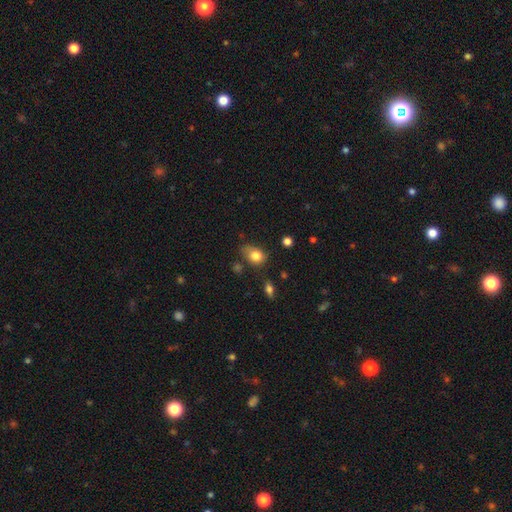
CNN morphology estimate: Overall: smooth (81%). How rounded: in between (66%; round 33%). Merging: none (55%; minor disturbance 31%).